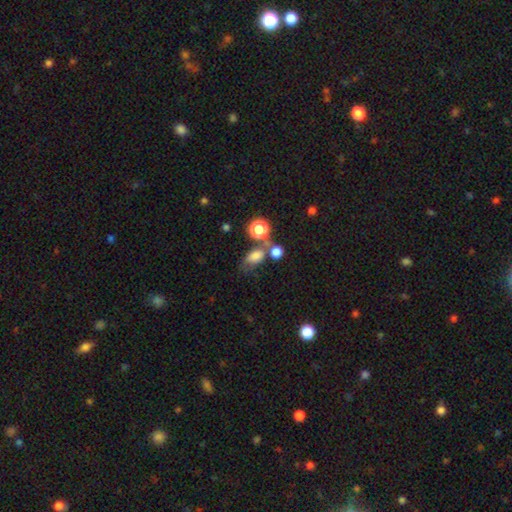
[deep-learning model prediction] smooth_or_featured: smooth (p=0.76) [alt: star or artifact p=0.14]
how_rounded: in between (p=0.76) [alt: round p=0.21]
merging: none (p=0.41) [alt: merger p=0.31]